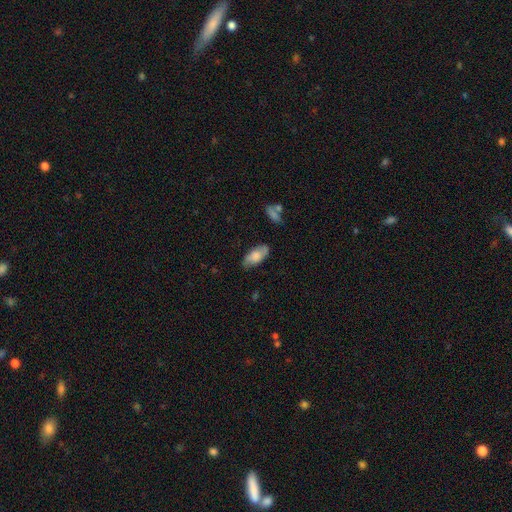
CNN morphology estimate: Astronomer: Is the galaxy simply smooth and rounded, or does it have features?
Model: smooth — 63%.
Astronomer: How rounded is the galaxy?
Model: in between — 89%.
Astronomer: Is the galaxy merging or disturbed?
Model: none — 77%.